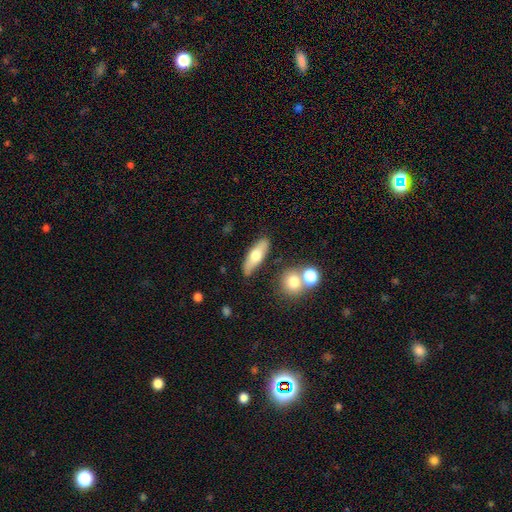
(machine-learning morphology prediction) smooth-or-featured: smooth: 60% | featured or disk: 33% | star or artifact: 6%
  how-rounded: in between: 53% | cigar-shaped: 44% | round: 4%
  merging: none: 79% | minor disturbance: 12% | merger: 5% | major disturbance: 3%